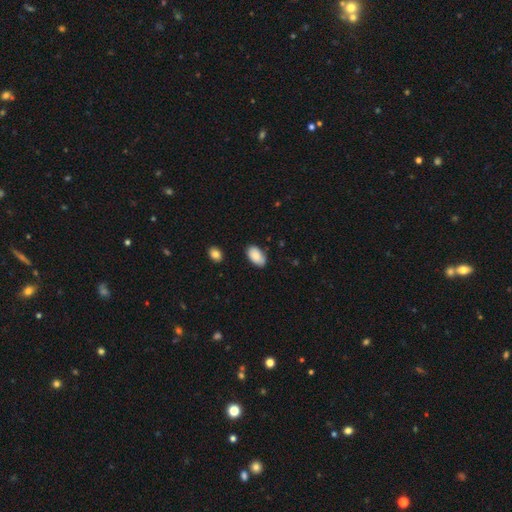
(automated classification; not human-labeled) A smooth galaxy with no disk features (86%) that is in between round and cigar-shaped (95%).

Vote fractions:
- Smooth or featured? smooth: 86% / featured or disk: 7% / star or artifact: 6%
- How rounded? in between: 95% / round: 4% / cigar-shaped: 1%
- Merging? none: 80% / minor disturbance: 15% / major disturbance: 3% / merger: 2%